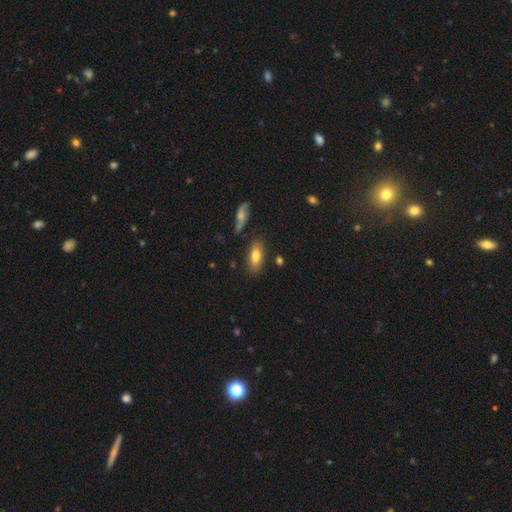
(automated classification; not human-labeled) Q: Smooth or featured?
A: smooth (78%); runner-up: featured or disk (15%)
Q: How rounded?
A: in between (81%); runner-up: cigar-shaped (16%)
Q: Merging?
A: none (80%); runner-up: minor disturbance (13%)